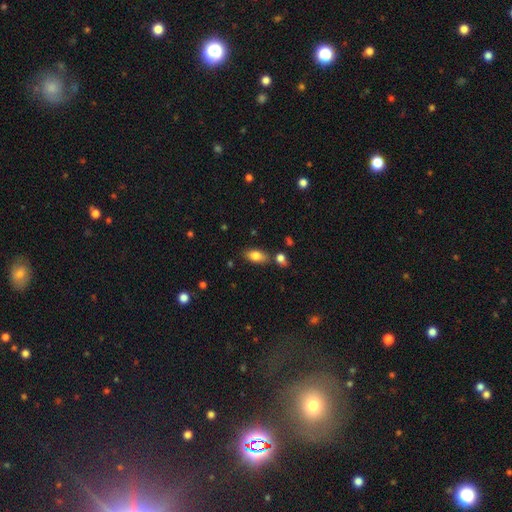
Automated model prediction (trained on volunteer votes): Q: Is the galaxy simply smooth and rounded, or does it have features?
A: smooth — 81%.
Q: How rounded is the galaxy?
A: in between — 88%.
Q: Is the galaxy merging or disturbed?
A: none — 74%.